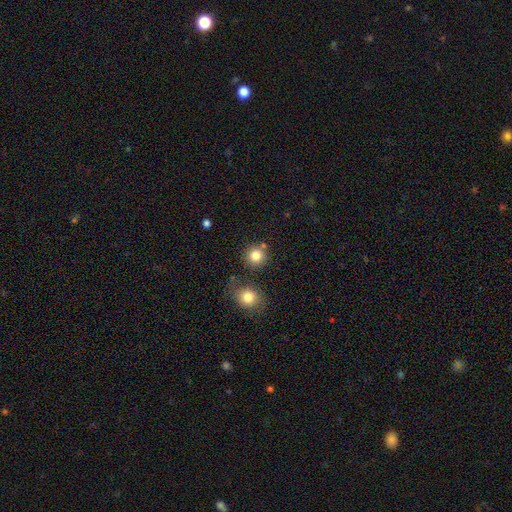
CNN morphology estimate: smooth 82%, star or artifact 11%, featured or disk 6%. Down the decision tree: how rounded — round (92%); merging — none (78%).